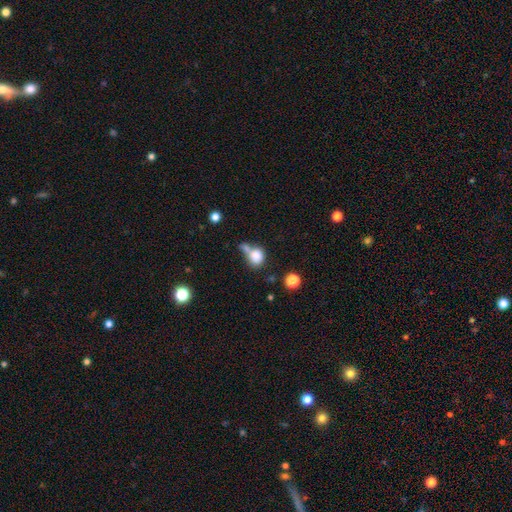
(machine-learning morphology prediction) Q: Smooth or featured?
A: smooth (81%); runner-up: star or artifact (10%)
Q: How rounded?
A: round (62%); runner-up: in between (36%)
Q: Merging?
A: merger (42%); runner-up: none (35%)